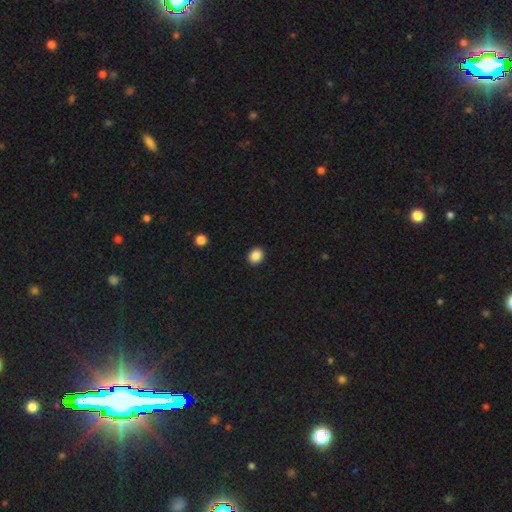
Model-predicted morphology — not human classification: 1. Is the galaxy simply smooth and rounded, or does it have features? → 87% smooth, 9% star or artifact, 3% featured or disk.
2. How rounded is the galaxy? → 64% round, 36% in between, 1% cigar-shaped.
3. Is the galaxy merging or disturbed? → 92% none, 6% minor disturbance, 2% major disturbance, 1% merger.